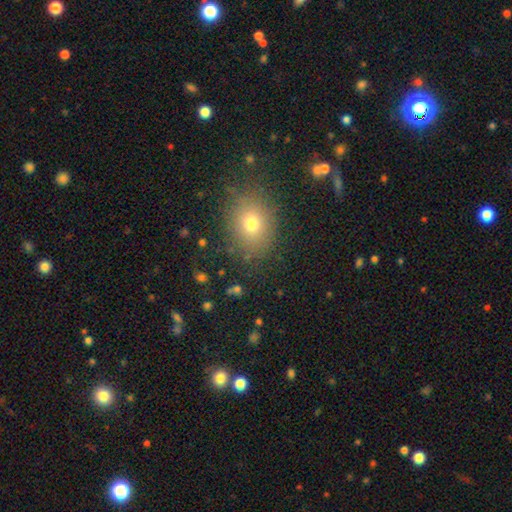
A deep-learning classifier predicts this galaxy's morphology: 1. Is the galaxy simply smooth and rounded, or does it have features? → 66% smooth, 24% star or artifact, 10% featured or disk.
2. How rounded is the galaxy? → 50% in between, 48% round, 1% cigar-shaped.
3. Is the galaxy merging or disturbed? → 87% none, 8% minor disturbance, 3% major disturbance, 2% merger.